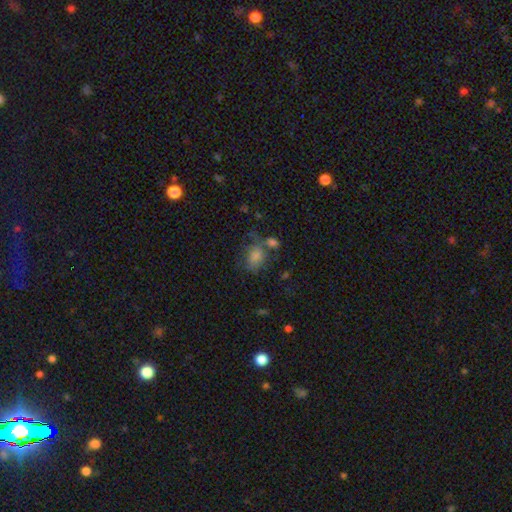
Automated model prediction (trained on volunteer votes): Overall: smooth (69%). How rounded: in between (64%; round 34%). Merging: none (51%; minor disturbance 21%).